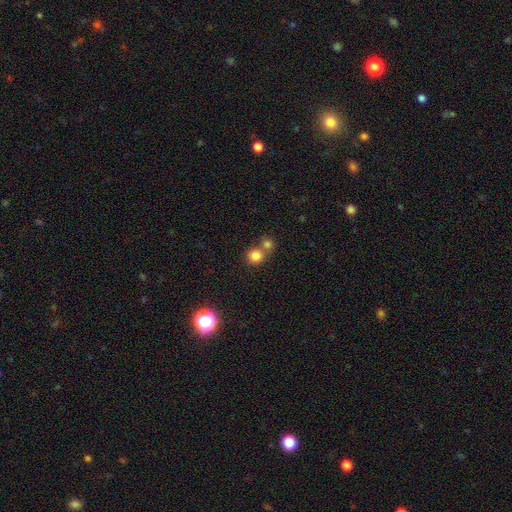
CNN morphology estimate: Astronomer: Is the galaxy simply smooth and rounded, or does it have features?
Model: smooth — 81%.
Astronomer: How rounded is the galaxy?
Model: round — 87%.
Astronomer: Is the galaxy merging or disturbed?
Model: none — 52% (runner-up: merger, 39%).